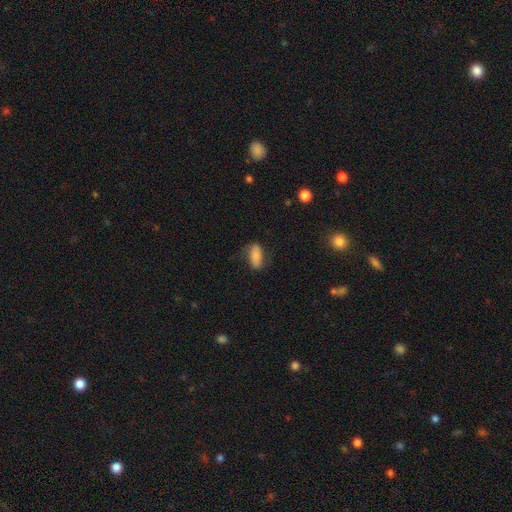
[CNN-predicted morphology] Smooth or featured? Predicted: smooth (p=0.76). How rounded? Predicted: in between (p=0.87). Merging? Predicted: none (p=0.70).